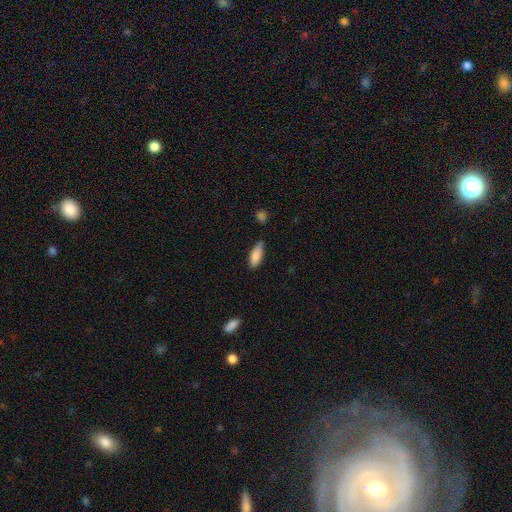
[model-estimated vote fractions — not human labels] Overall: smooth (86%). How rounded: in between (75%). Merging: none (66%; minor disturbance 27%).